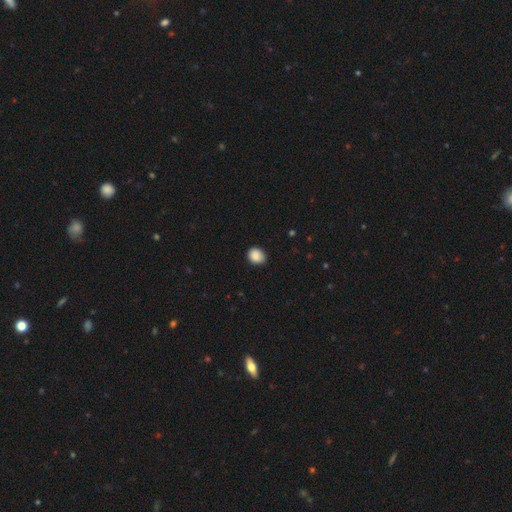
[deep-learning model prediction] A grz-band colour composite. It shows a smooth galaxy with no disk features (88%) that is round (61%). Merging: none (87%).